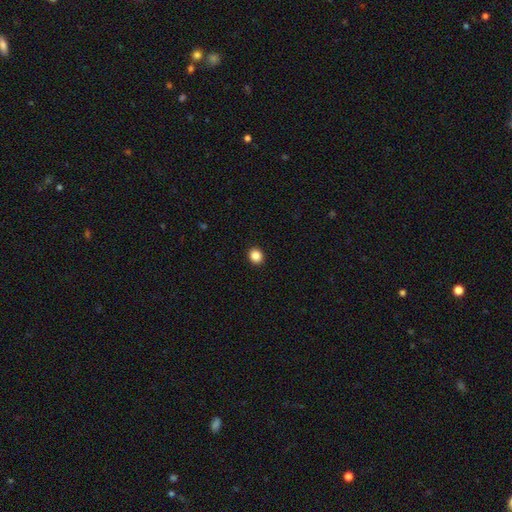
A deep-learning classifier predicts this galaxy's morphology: Smooth or featured? Predicted: smooth (p=0.87). How rounded? Predicted: round (p=0.79). Merging? Predicted: none (p=0.93).